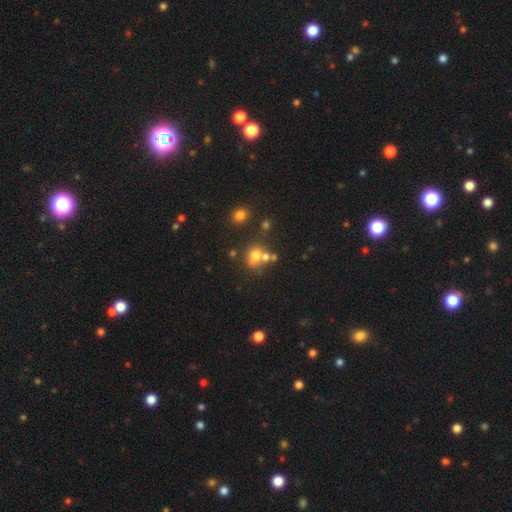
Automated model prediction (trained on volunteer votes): This is likely a smooth galaxy (64%). How rounded: likely round (64%). Merging: marginally merger (41%).